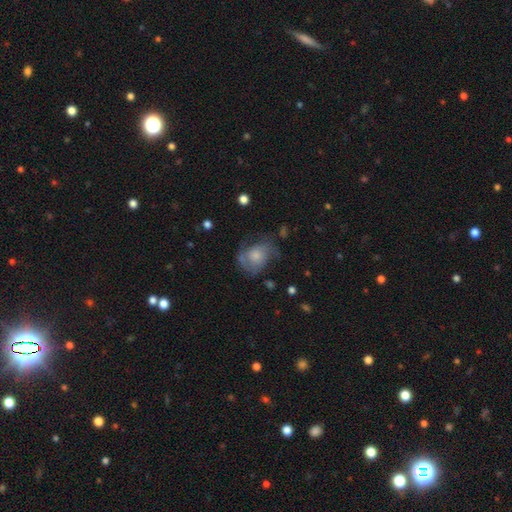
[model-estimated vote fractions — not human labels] A featured or disk galaxy (49%). Merging: none (46%).